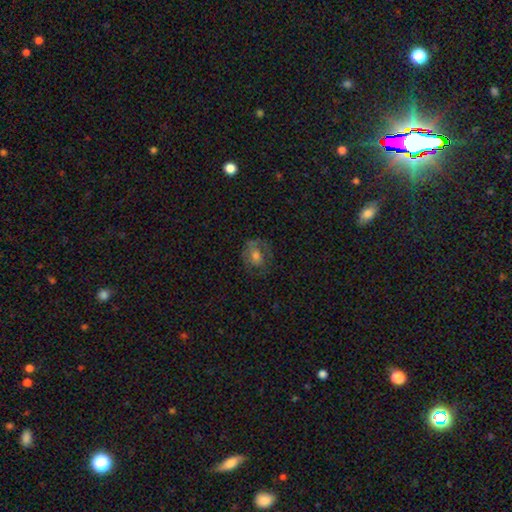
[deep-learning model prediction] Morphology: type=smooth (45%); merging=none (63%).